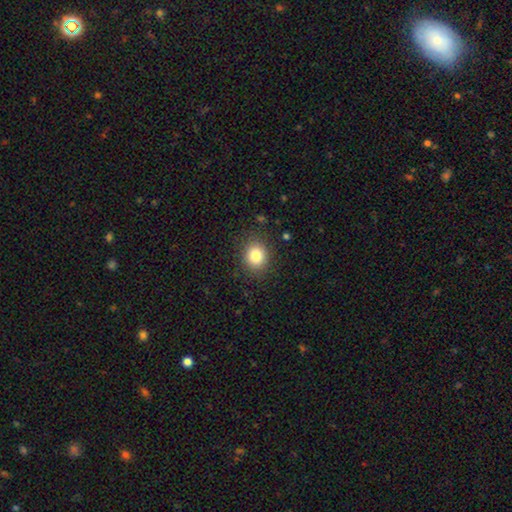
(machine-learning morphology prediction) Q: Smooth or featured?
A: smooth (83%); runner-up: star or artifact (10%)
Q: How rounded?
A: round (72%); runner-up: in between (27%)
Q: Merging?
A: none (86%); runner-up: minor disturbance (9%)